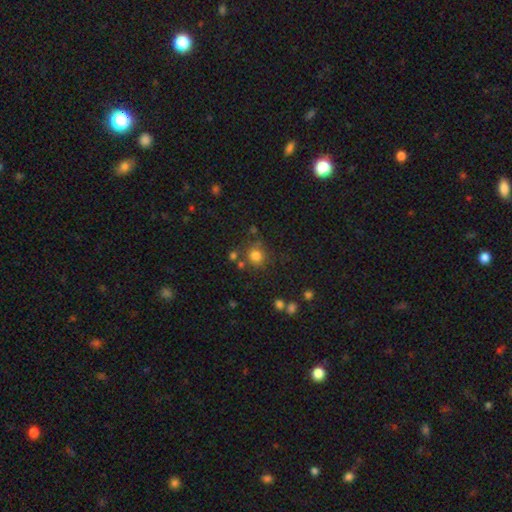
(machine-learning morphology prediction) smooth_or_featured: smooth (p=0.80) [alt: star or artifact p=0.14]
how_rounded: round (p=0.90) [alt: in between p=0.09]
merging: none (p=0.74) [alt: minor disturbance p=0.12]